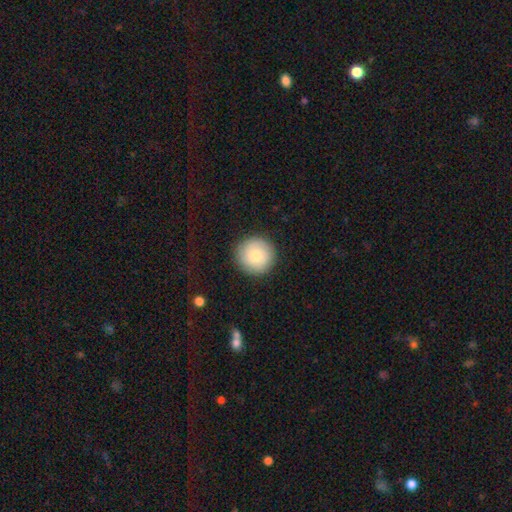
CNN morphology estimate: Overall: smooth (72%). How rounded: round (95%). Merging: none (89%).